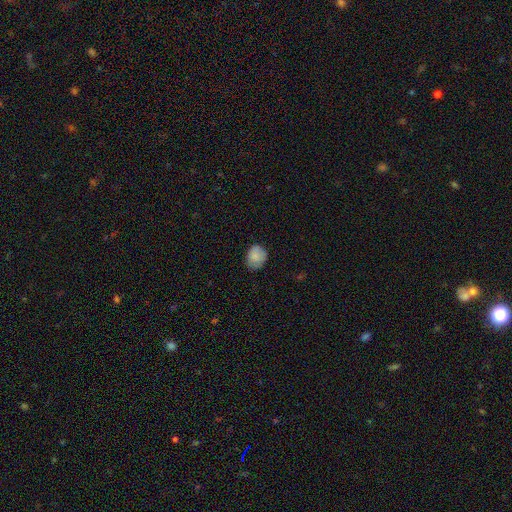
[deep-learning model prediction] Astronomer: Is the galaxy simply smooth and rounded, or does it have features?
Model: smooth — 83%.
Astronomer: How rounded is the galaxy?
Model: round — 57% (runner-up: in between, 42%).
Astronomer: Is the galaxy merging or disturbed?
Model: none — 74%.